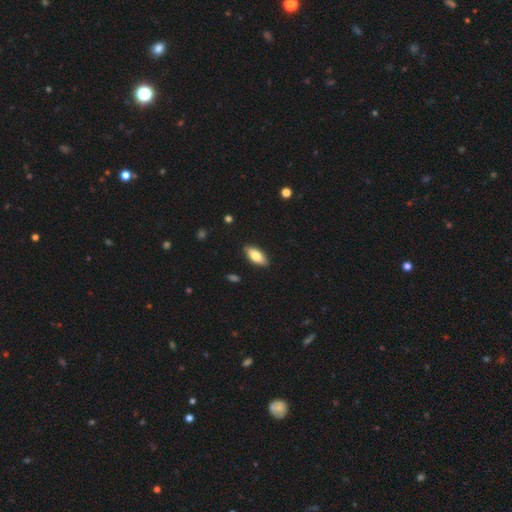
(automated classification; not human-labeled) smooth 79%, featured or disk 15%, star or artifact 6%. Down the decision tree: how rounded — in between (88%); merging — none (88%).